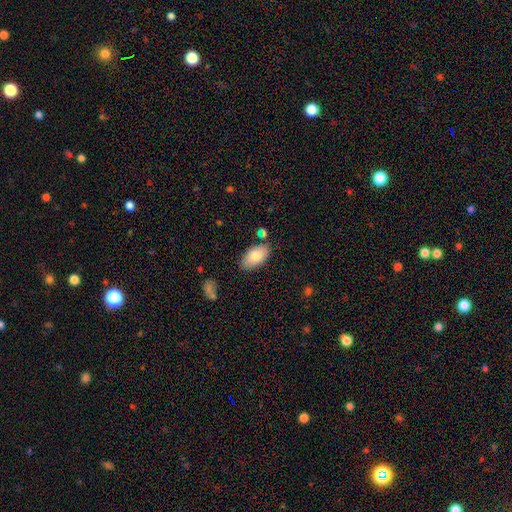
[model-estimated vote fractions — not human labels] Overall: smooth (81%). How rounded: in between (94%). Merging: none (78%).